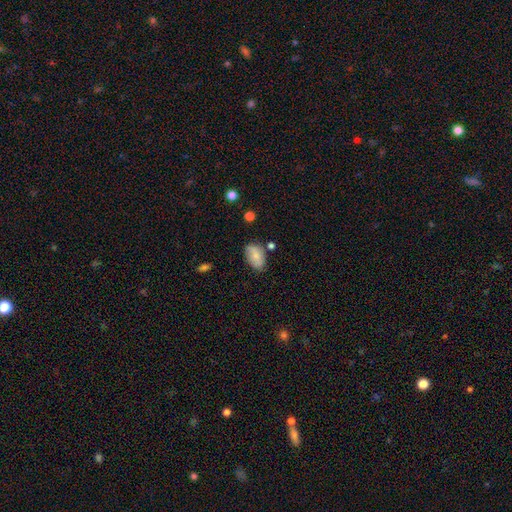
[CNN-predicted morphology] smooth 74%, featured or disk 18%, star or artifact 8%. Down the decision tree: how rounded — in between (91%); merging — none (70%).